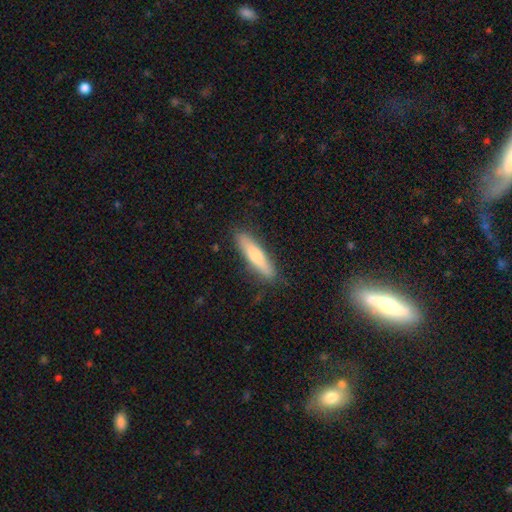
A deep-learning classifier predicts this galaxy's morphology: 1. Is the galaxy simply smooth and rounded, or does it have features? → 74% smooth, 21% featured or disk, 5% star or artifact.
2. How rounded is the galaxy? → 81% cigar-shaped, 18% in between, 1% round.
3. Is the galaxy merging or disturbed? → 85% none, 11% minor disturbance, 2% major disturbance, 1% merger.